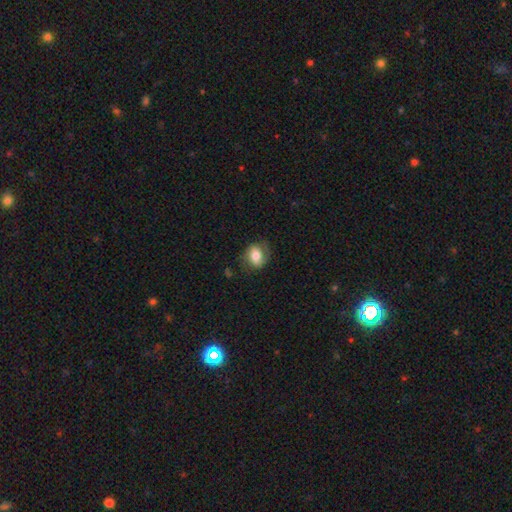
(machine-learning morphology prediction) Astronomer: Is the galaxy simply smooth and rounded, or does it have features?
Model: smooth — 64%.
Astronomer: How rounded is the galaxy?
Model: in between — 60% (runner-up: round, 38%).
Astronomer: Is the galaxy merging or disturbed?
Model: none — 69%.